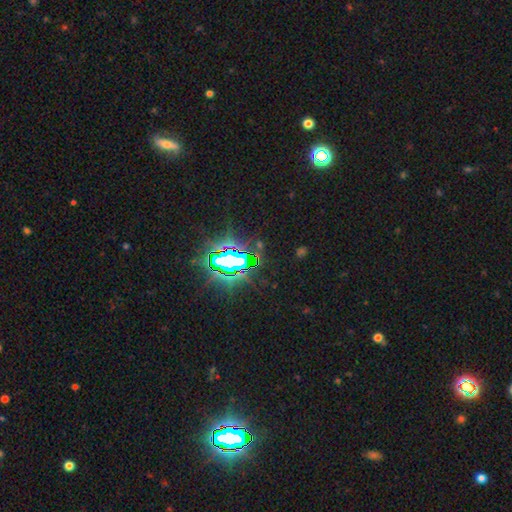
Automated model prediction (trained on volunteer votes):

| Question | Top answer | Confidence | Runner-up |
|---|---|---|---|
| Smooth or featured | star or artifact | 80% | smooth (11%) |